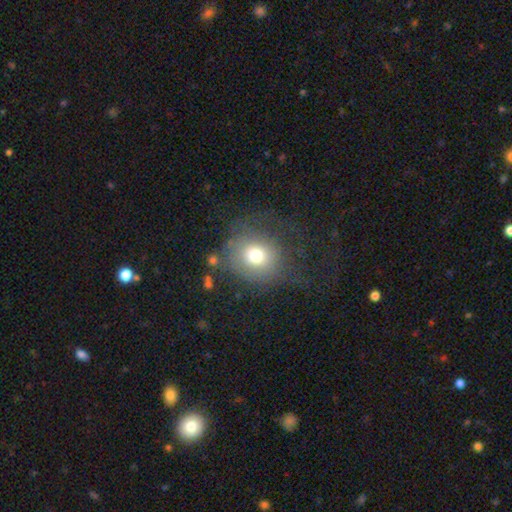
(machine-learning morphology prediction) smooth 67%, featured or disk 20%, star or artifact 12%. Down the decision tree: how rounded — round (79%); merging — none (57%).